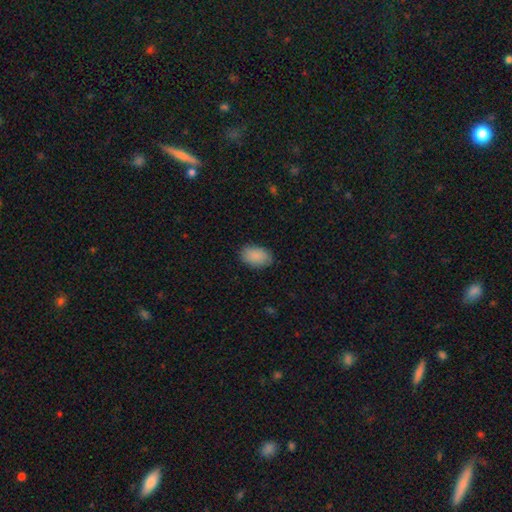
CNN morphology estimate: Smooth or featured?
  - smooth: 90% *
  - star or artifact: 7%
  - featured or disk: 4%
How rounded?
  - in between: 90% *
  - round: 9%
  - cigar-shaped: 1%
Merging?
  - none: 86% *
  - minor disturbance: 11%
  - major disturbance: 2%
  - merger: 1%